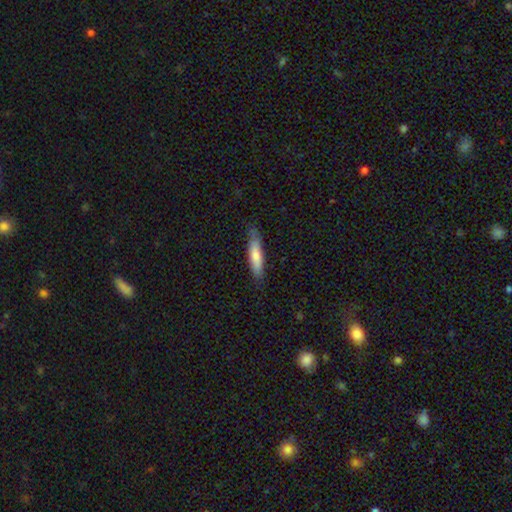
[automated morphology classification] This is likely a smooth galaxy (71%). How rounded: likely cigar-shaped (80%). Merging: likely none (77%).